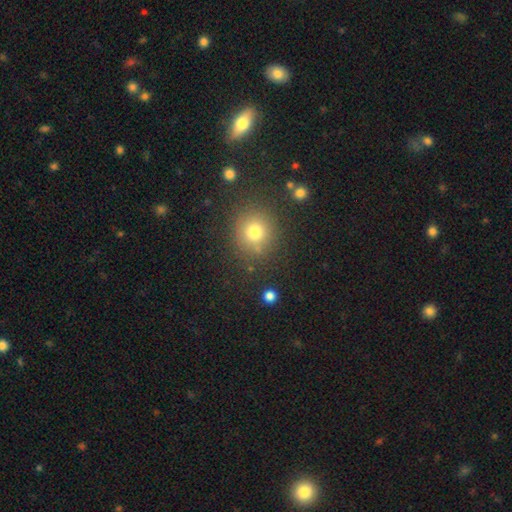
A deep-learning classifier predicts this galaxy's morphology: Q: Smooth or featured?
A: smooth (64%); runner-up: star or artifact (27%)
Q: How rounded?
A: round (83%); runner-up: in between (16%)
Q: Merging?
A: none (86%); runner-up: minor disturbance (8%)